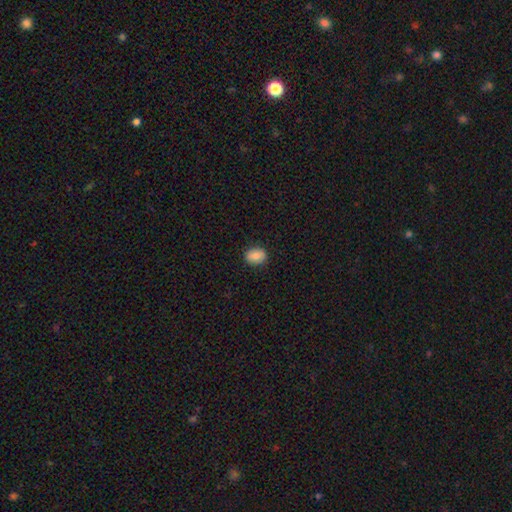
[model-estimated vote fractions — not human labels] Smooth or featured: smooth — 87% (star or artifact — 8%)
How rounded: in between — 57% (round — 42%)
Merging: none — 88% (minor disturbance — 9%)